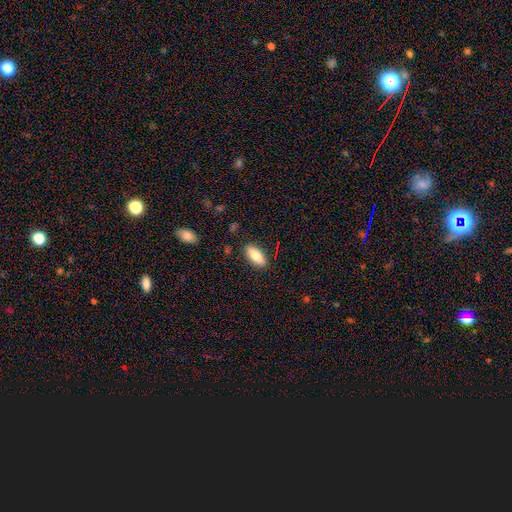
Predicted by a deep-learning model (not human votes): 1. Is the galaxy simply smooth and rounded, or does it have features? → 79% smooth, 15% featured or disk, 7% star or artifact.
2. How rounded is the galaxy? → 77% in between, 21% cigar-shaped, 2% round.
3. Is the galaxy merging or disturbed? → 86% none, 10% minor disturbance, 2% major disturbance, 2% merger.